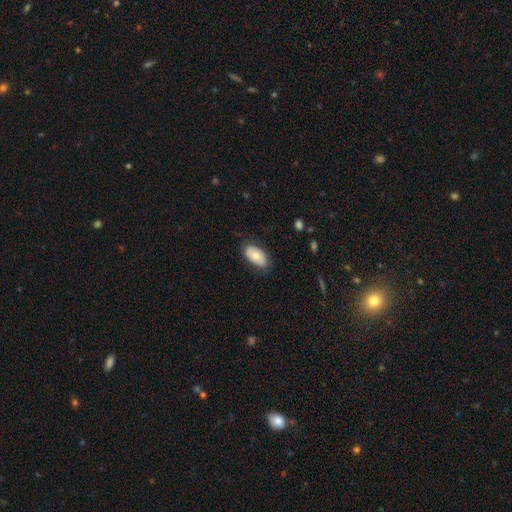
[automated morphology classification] A smooth galaxy with no disk features (71%) that is in between round and cigar-shaped (94%). Merging: none (78%).